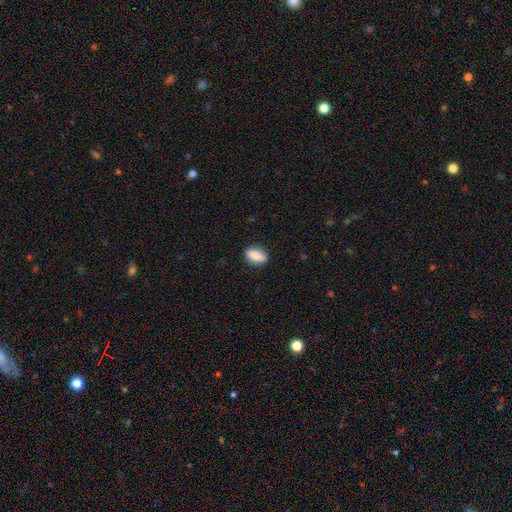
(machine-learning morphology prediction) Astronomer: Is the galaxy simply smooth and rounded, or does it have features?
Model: smooth — 85%.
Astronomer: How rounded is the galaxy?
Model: in between — 84%.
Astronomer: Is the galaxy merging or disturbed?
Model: none — 87%.